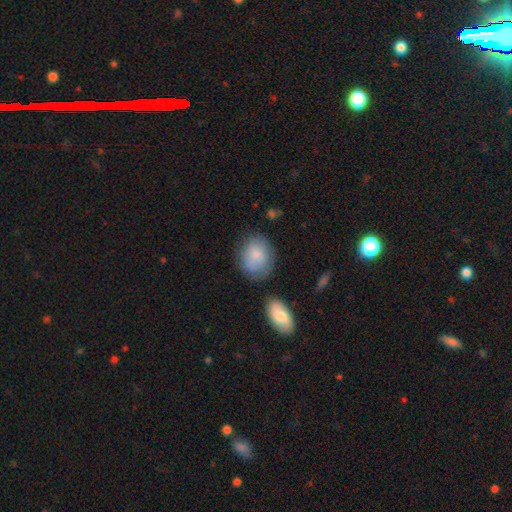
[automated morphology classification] Q: Smooth or featured?
A: smooth (80%); runner-up: featured or disk (13%)
Q: How rounded?
A: round (56%); runner-up: in between (43%)
Q: Merging?
A: none (64%); runner-up: minor disturbance (23%)